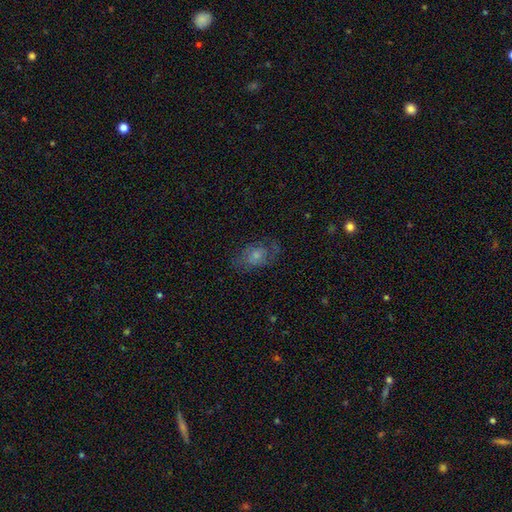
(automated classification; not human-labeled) This appears to be a smooth galaxy with no disk features (50%) that is in between round and cigar-shaped (80%). Merging: none (56%).